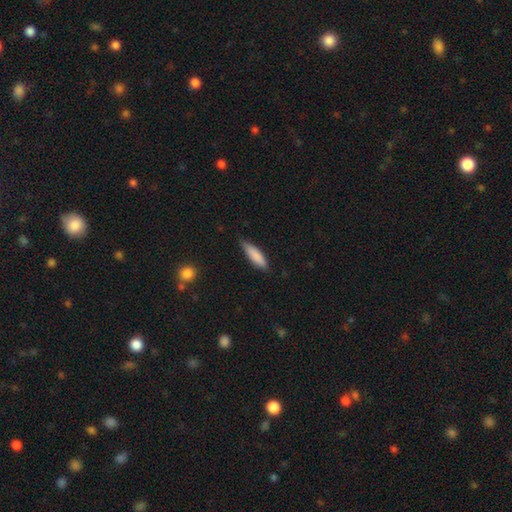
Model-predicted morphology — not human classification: Q: Smooth or featured?
A: smooth (85%); runner-up: featured or disk (9%)
Q: How rounded?
A: cigar-shaped (60%); runner-up: in between (38%)
Q: Merging?
A: none (70%); runner-up: minor disturbance (26%)